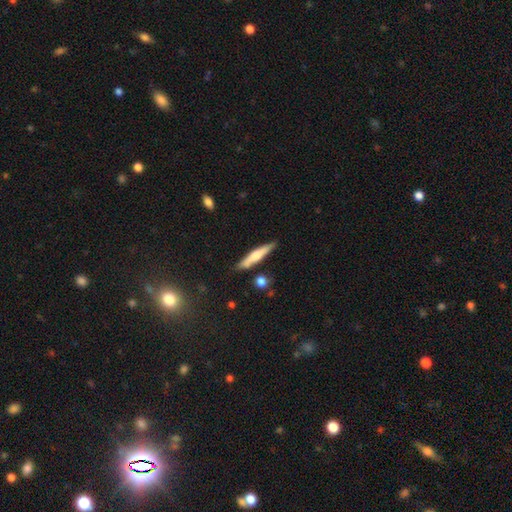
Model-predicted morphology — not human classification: A smooth galaxy with no disk features (54%) that is cigar-shaped (89%).

Vote fractions:
- Smooth or featured? smooth: 54% / featured or disk: 40% / star or artifact: 6%
- How rounded? cigar-shaped: 89% / in between: 10% / round: 2%
- Merging? none: 82% / minor disturbance: 12% / merger: 4% / major disturbance: 2%